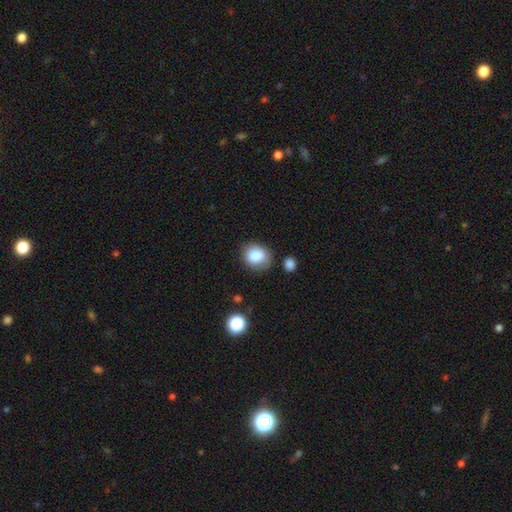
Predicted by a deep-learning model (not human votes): This is clearly a smooth galaxy (84%). How rounded: likely round (62%). Merging: likely none (74%).